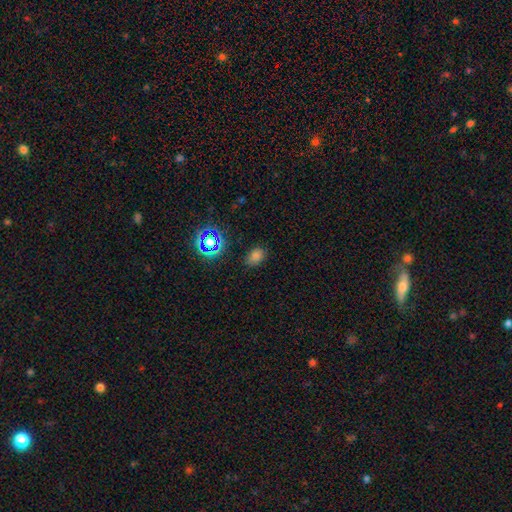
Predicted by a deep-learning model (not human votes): Overall: smooth (72%). How rounded: in between (76%). Merging: none (80%).